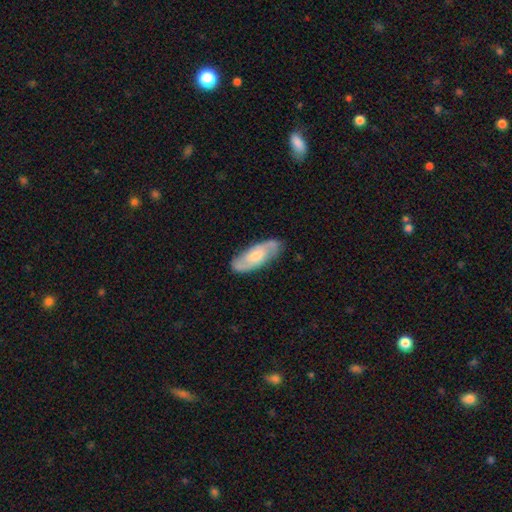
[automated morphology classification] This is likely a featured or disk galaxy (63%). It is clearly not viewed edge-on (89%). Bar: likely no (61%). Spiral arm pattern: clearly yes (89%). Spiral arm count: clearly 2 (83%). Spiral winding: possibly medium (47%). Central bulge: possibly moderate (48%). Merging: clearly none (82%).